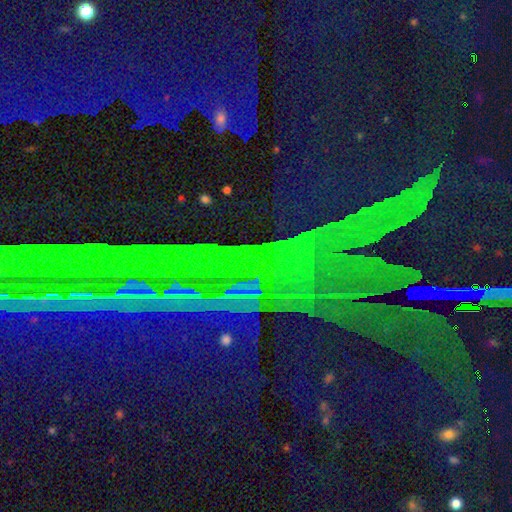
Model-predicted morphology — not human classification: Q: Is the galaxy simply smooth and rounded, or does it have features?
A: star or artifact — 87%.